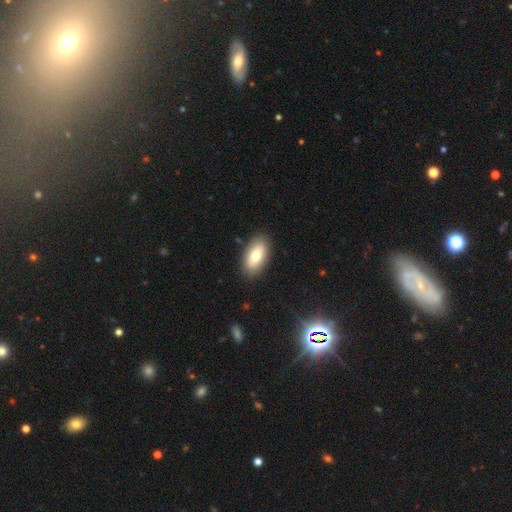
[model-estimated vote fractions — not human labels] This is likely a smooth galaxy (75%). How rounded: clearly in between (93%). Merging: clearly none (87%).